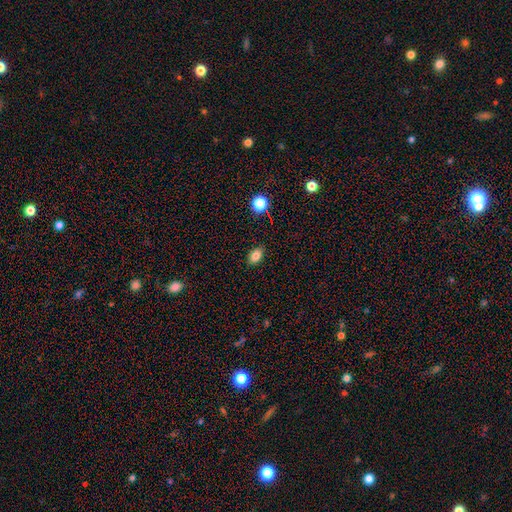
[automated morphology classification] The model was most divided on "smooth or featured": smooth: 82%, star or artifact: 10%, featured or disk: 8%. More confident: merging — none (88%); how rounded — in between (86%).